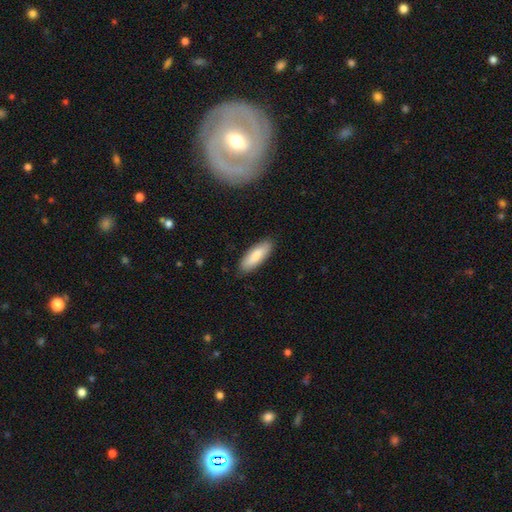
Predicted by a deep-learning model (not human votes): Overall: smooth (85%). How rounded: in between (58%; cigar-shaped 40%). Merging: none (87%).